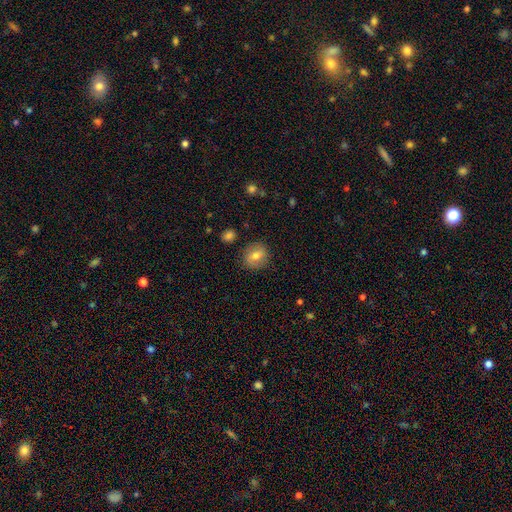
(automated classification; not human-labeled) smooth-or-featured: smooth: 71% | featured or disk: 20% | star or artifact: 9%
  how-rounded: round: 77% | in between: 22% | cigar-shaped: 1%
  merging: none: 86% | minor disturbance: 10% | major disturbance: 3% | merger: 2%